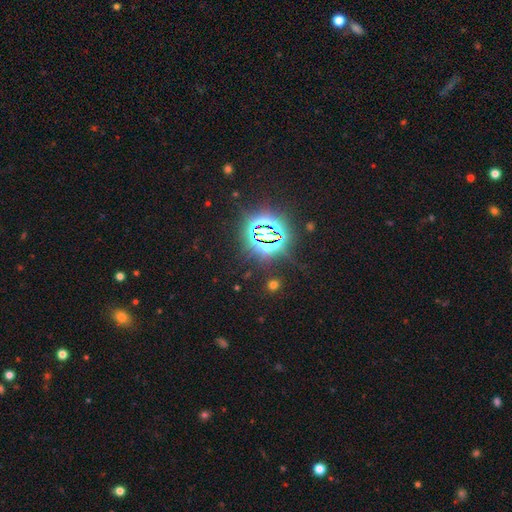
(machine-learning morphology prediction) Smooth or featured? Predicted: star or artifact (p=0.85).